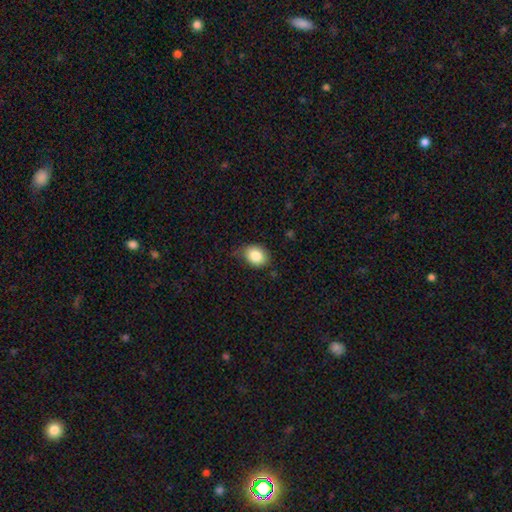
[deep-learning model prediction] smooth-or-featured: smooth: 85% | star or artifact: 8% | featured or disk: 7%
  how-rounded: in between: 57% | round: 42% | cigar-shaped: 1%
  merging: none: 66% | minor disturbance: 26% | major disturbance: 6% | merger: 2%